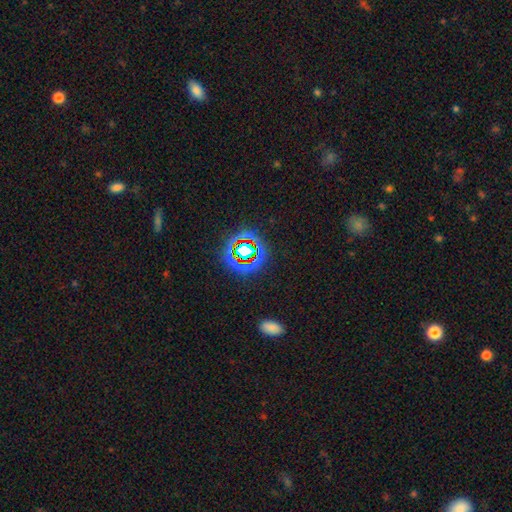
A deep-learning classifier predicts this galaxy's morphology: Smooth or featured? Predicted: star or artifact (p=0.63).